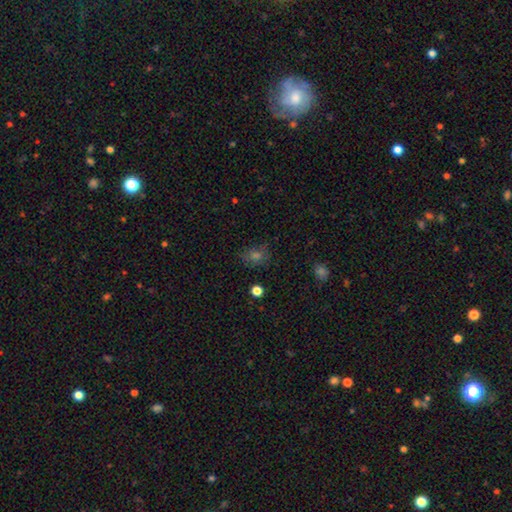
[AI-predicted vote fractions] Smooth or featured: smooth — 55% (star or artifact — 30%)
How rounded: round — 53% (in between — 45%)
Merging: none — 75% (minor disturbance — 16%)